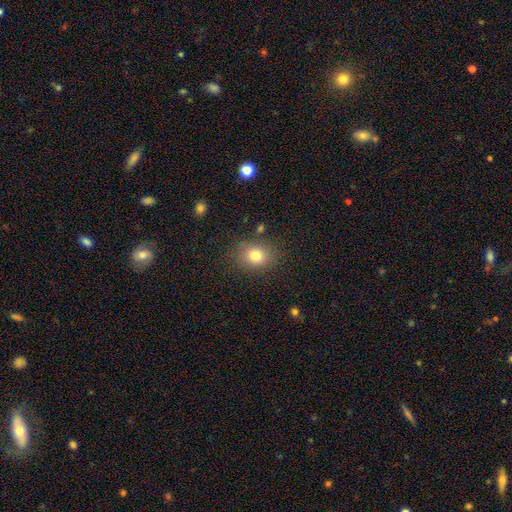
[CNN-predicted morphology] smooth_or_featured: smooth (p=0.80) [alt: star or artifact p=0.11]
how_rounded: round (p=0.52) [alt: in between p=0.47]
merging: none (p=0.82) [alt: minor disturbance p=0.12]